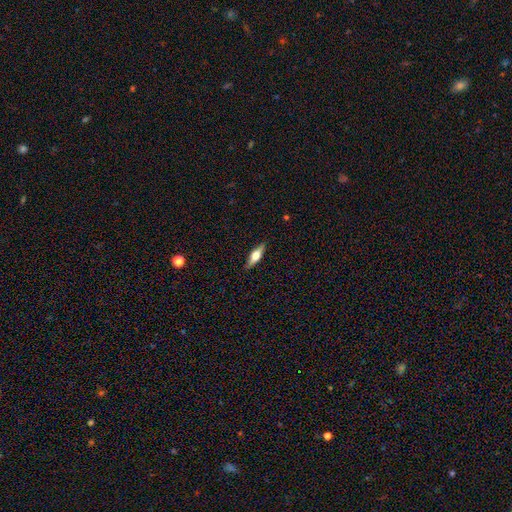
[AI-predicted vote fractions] Smooth or featured? smooth (49%)
Merging? none (88%)